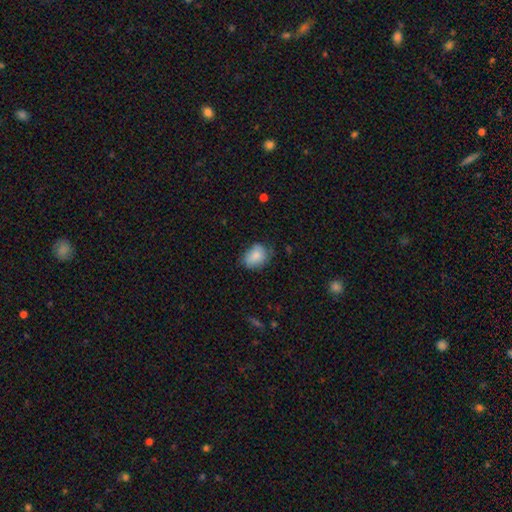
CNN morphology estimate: This is clearly a smooth galaxy (84%). How rounded: likely in between (69%). Merging: likely none (62%).